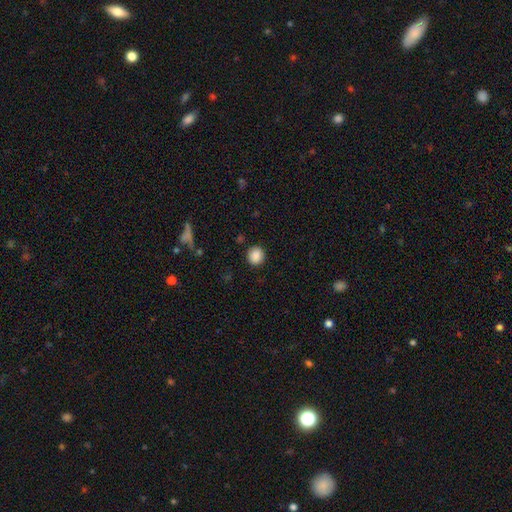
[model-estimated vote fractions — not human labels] A smooth galaxy with no disk features (88%) that is round (89%).

Vote fractions:
- Smooth or featured? smooth: 88% / star or artifact: 9% / featured or disk: 3%
- How rounded? round: 89% / in between: 10% / cigar-shaped: 1%
- Merging? none: 90% / minor disturbance: 7% / major disturbance: 2% / merger: 1%